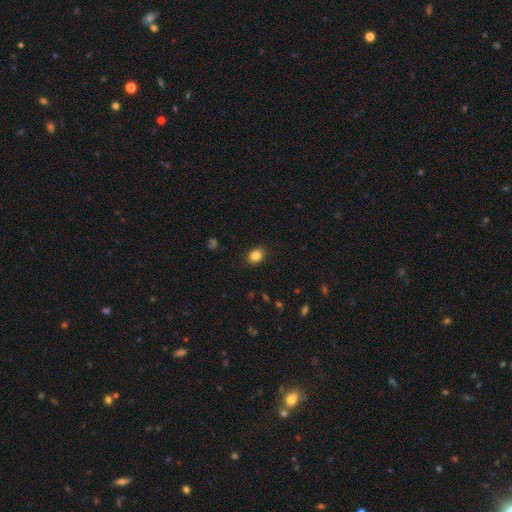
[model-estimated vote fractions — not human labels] This appears to be a smooth galaxy with no disk features (84%) that is in between round and cigar-shaped (62%). Merging: none (89%).